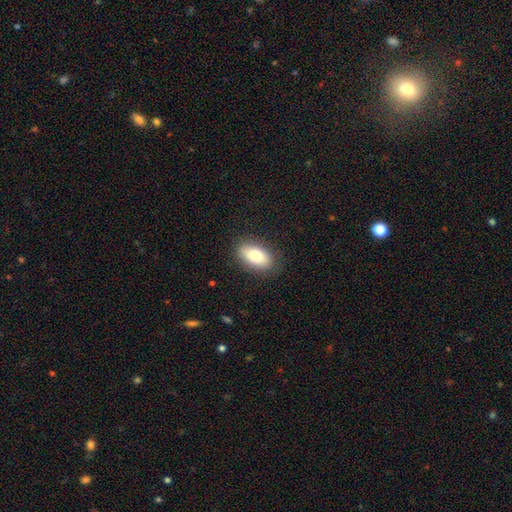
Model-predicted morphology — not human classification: Smooth or featured? smooth (78%)
How rounded? in between (92%)
Merging? none (85%)